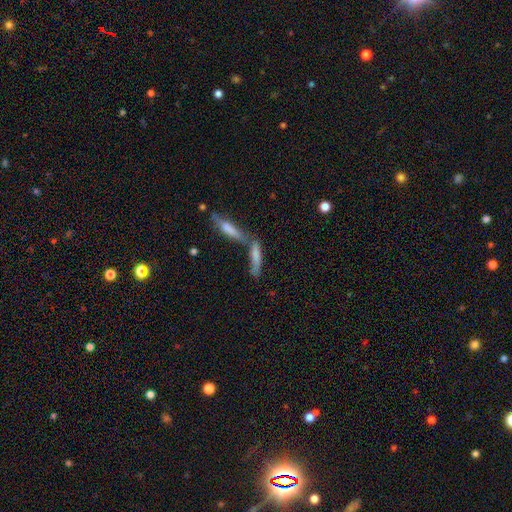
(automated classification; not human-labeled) This appears to be a smooth galaxy with no disk features (69%) that is cigar-shaped (75%). Merging: merger (51%).